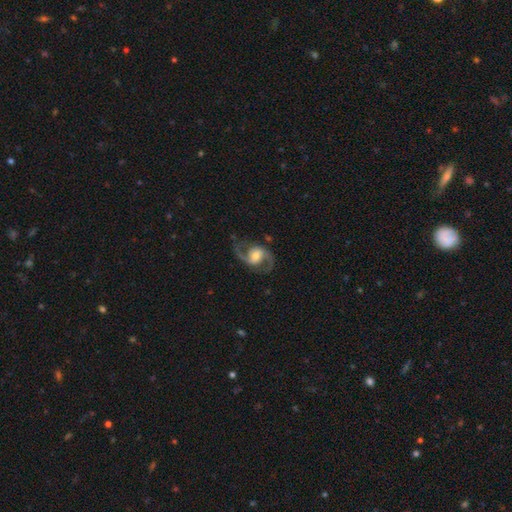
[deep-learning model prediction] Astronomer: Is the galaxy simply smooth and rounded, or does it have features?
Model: featured or disk — 89%.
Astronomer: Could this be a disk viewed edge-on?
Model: no — 97%.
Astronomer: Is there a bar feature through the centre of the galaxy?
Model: weak — 42% (runner-up: no, 41%).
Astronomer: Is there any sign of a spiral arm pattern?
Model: yes — 96%.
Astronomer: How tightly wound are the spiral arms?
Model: medium — 53% (runner-up: loose, 37%).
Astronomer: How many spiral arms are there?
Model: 2 — 93%.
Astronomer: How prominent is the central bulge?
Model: moderate — 56%.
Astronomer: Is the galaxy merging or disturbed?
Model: none — 78%.